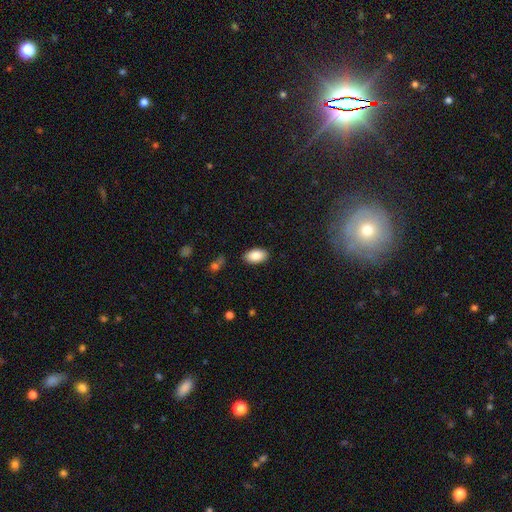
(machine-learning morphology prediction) smooth-or-featured: smooth: 86% | star or artifact: 7% | featured or disk: 7%
  how-rounded: in between: 94% | round: 4% | cigar-shaped: 2%
  merging: none: 87% | minor disturbance: 10% | major disturbance: 2% | merger: 1%